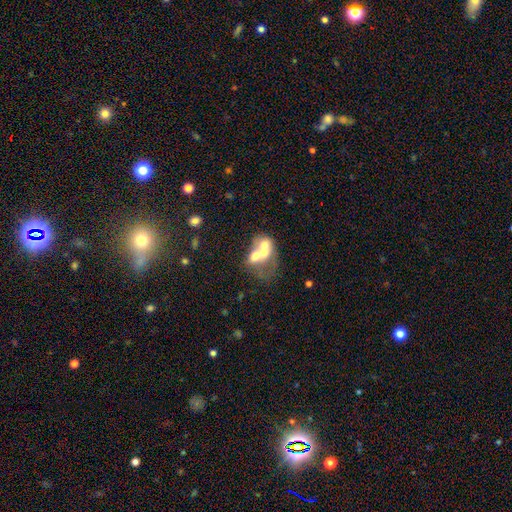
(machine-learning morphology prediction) This appears to be a smooth galaxy with no disk features (46%). Merging: merger (70%).